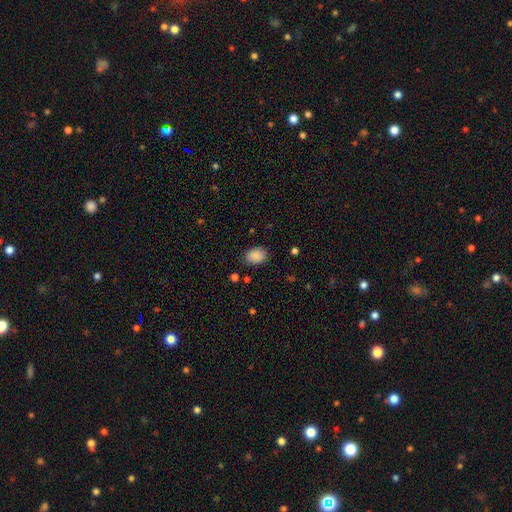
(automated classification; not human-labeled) smooth_or_featured: smooth (p=0.88) [alt: star or artifact p=0.08]
how_rounded: in between (p=0.71) [alt: round p=0.28]
merging: none (p=0.82) [alt: minor disturbance p=0.13]